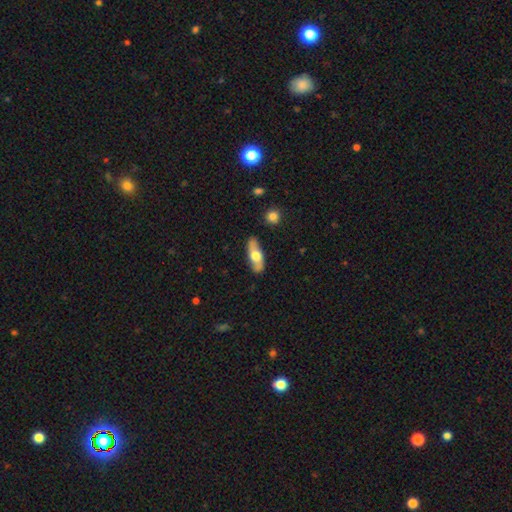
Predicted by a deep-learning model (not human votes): A smooth galaxy with no disk features (51%) that is in between round and cigar-shaped (69%).

Vote fractions:
- Smooth or featured? smooth: 51% / featured or disk: 43% / star or artifact: 5%
- How rounded? in between: 69% / cigar-shaped: 28% / round: 4%
- Merging? none: 84% / minor disturbance: 12% / major disturbance: 2% / merger: 2%